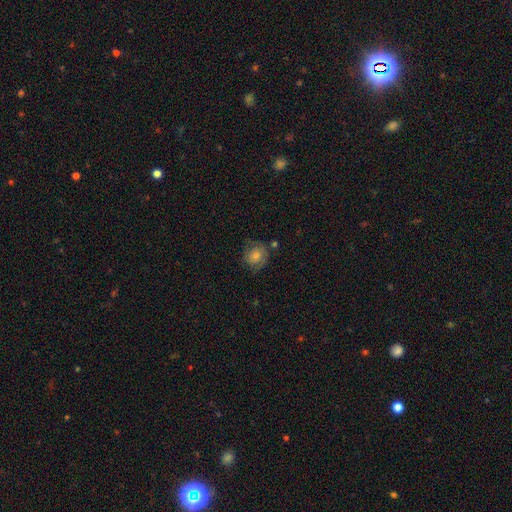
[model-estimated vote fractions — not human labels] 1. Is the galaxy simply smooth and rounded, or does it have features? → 58% smooth, 30% featured or disk, 12% star or artifact.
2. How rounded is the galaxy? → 81% round, 18% in between, 1% cigar-shaped.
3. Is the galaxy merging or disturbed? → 70% none, 19% minor disturbance, 7% major disturbance, 3% merger.